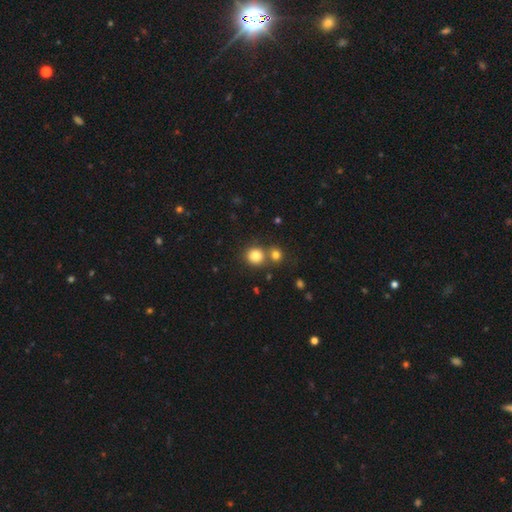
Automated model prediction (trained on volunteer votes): Overall: smooth (82%). How rounded: round (87%). Merging: none (64%; merger 26%).